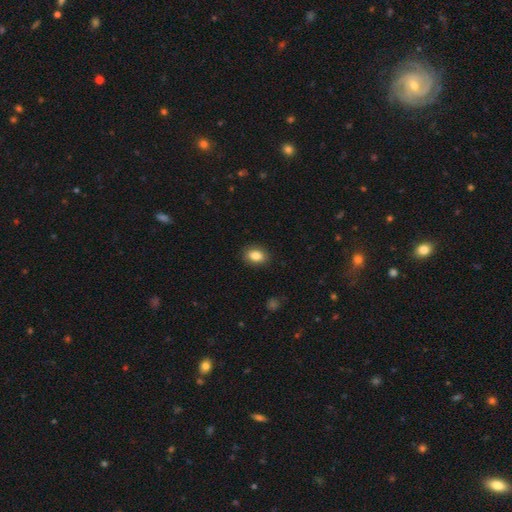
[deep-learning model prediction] Smooth or featured? smooth (86%)
How rounded? in between (79%)
Merging? none (88%)